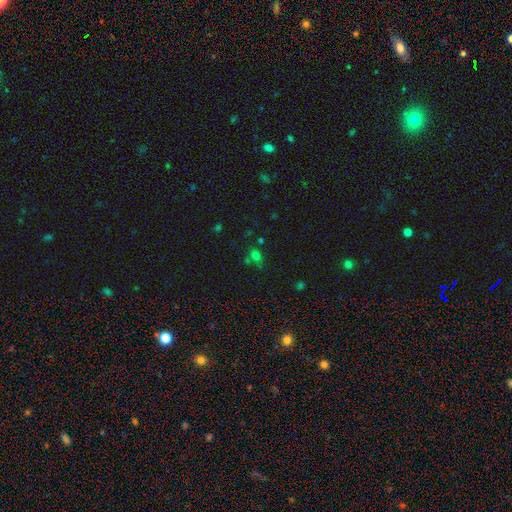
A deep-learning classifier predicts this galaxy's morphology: smooth 63%, star or artifact 28%, featured or disk 9%. Down the decision tree: how rounded — round (67%); merging — none (60%).